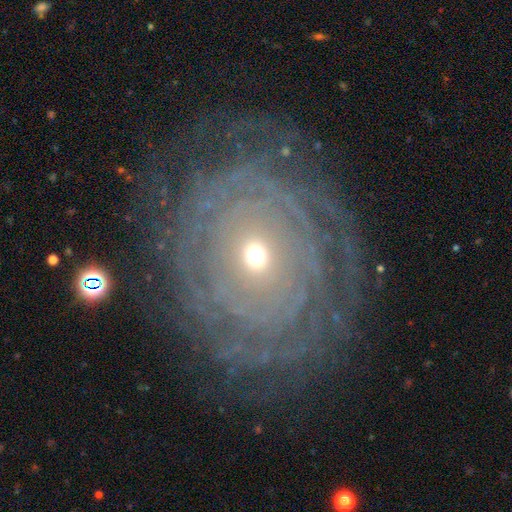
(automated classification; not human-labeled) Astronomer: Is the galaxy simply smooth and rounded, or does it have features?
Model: featured or disk — 82%.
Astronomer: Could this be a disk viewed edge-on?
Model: no — 96%.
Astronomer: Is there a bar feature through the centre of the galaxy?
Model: no — 77%.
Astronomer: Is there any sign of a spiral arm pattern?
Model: yes — 90%.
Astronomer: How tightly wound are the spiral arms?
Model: tight — 78%.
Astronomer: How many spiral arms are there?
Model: can't tell — 35% (runner-up: more than 4, 20%).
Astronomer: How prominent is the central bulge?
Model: small — 70%.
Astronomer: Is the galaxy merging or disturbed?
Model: none — 75%.